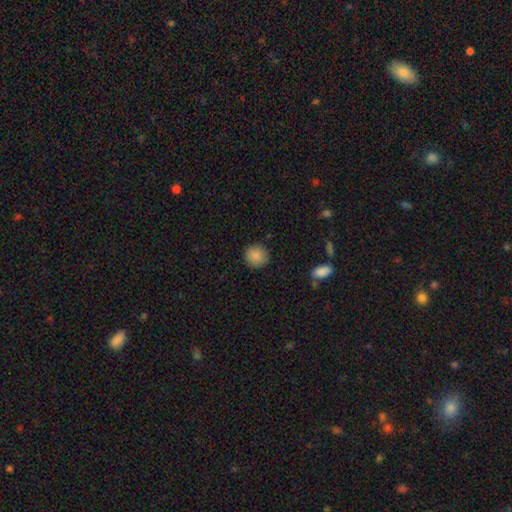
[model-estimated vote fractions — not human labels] Smooth or featured? Predicted: smooth (p=0.88). How rounded? Predicted: round (p=0.91). Merging? Predicted: none (p=0.89).